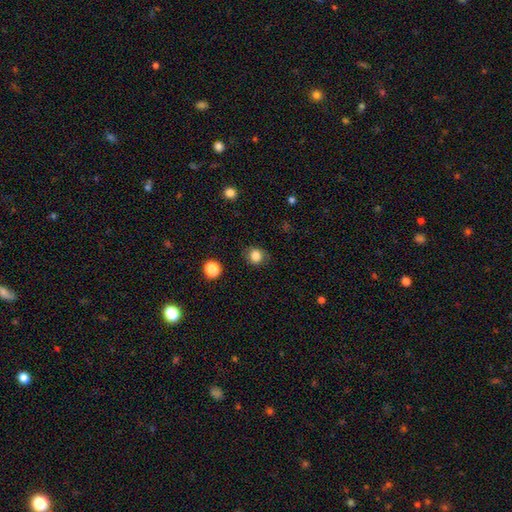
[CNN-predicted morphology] Smooth or featured? smooth (83%)
How rounded? round (76%)
Merging? none (79%)